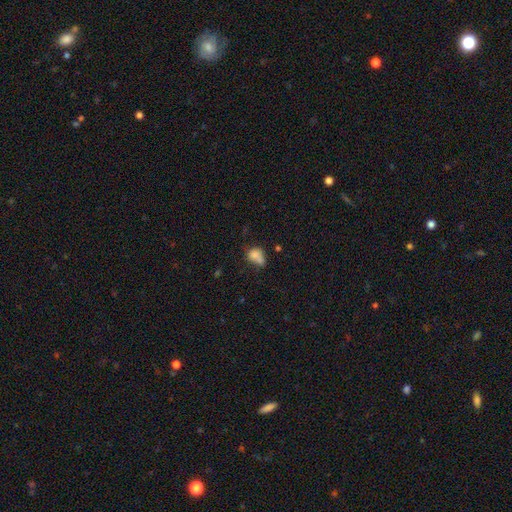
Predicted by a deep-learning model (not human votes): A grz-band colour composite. It shows a smooth galaxy with no disk features (75%) that is in between round and cigar-shaped (68%). Merging: none (30%).